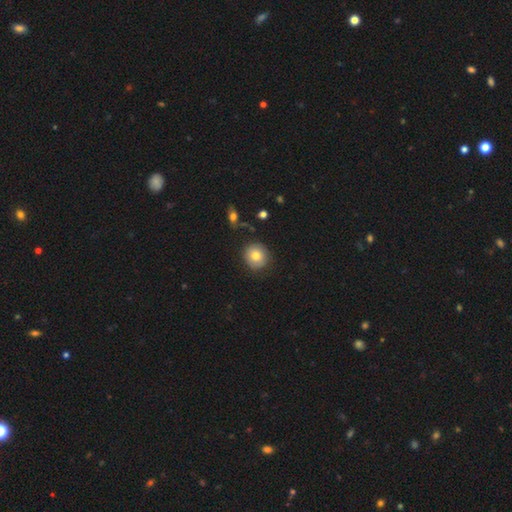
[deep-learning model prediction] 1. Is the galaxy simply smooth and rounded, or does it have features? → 77% smooth, 14% featured or disk, 9% star or artifact.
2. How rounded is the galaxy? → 90% round, 10% in between, 1% cigar-shaped.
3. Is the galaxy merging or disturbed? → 85% none, 10% minor disturbance, 3% major disturbance, 2% merger.